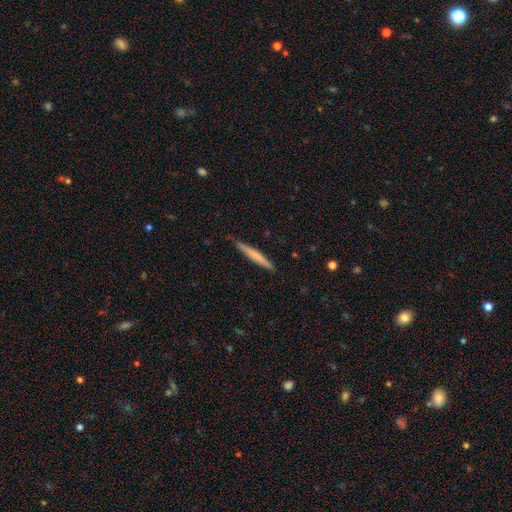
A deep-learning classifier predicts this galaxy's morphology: A smooth galaxy with no disk features (62%) that is cigar-shaped (96%). Merging: none (87%).